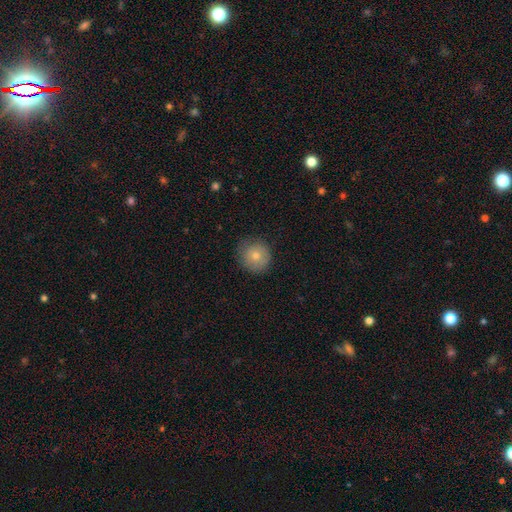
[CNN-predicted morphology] smooth_or_featured: smooth (p=0.76) [alt: featured or disk p=0.15]
how_rounded: round (p=0.92) [alt: in between p=0.07]
merging: none (p=0.78) [alt: minor disturbance p=0.17]